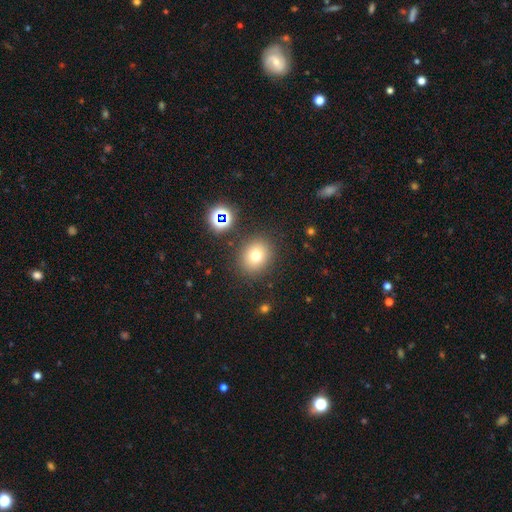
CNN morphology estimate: This is likely a smooth galaxy (72%). How rounded: likely round (75%). Merging: clearly none (86%).